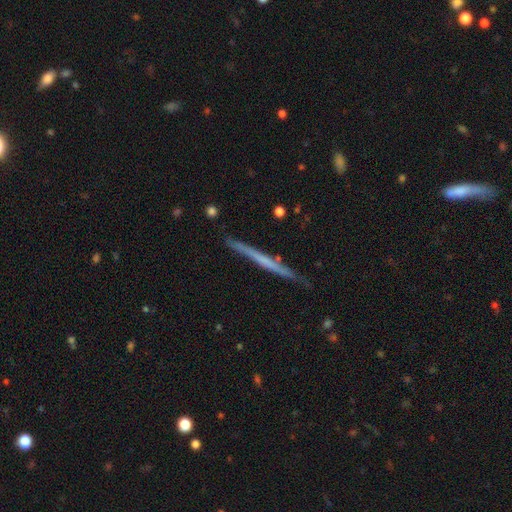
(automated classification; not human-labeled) featured or disk 62%, smooth 29%, star or artifact 9%. Down the decision tree: edge-on disk — yes (97%); edge-on bulge — none (61%); merging — none (87%).